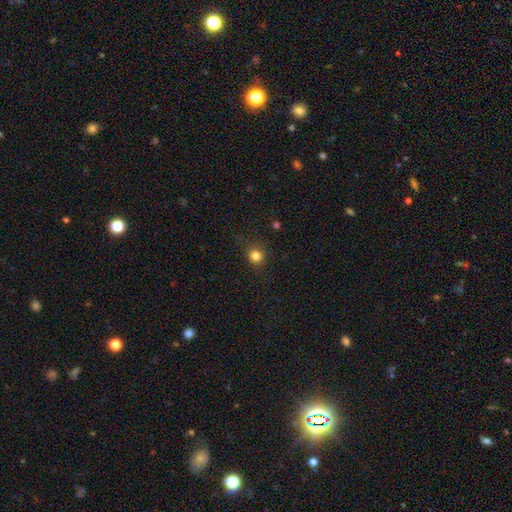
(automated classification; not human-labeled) smooth_or_featured: smooth (p=0.83) [alt: star or artifact p=0.13]
how_rounded: round (p=0.88) [alt: in between p=0.11]
merging: none (p=0.85) [alt: minor disturbance p=0.10]